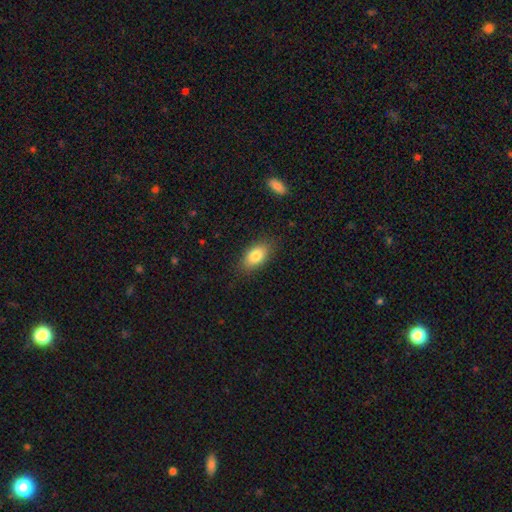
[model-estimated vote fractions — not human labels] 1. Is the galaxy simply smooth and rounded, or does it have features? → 83% smooth, 10% featured or disk, 7% star or artifact.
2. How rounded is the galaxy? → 90% in between, 6% round, 4% cigar-shaped.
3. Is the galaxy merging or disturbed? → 85% none, 11% minor disturbance, 3% major disturbance, 1% merger.